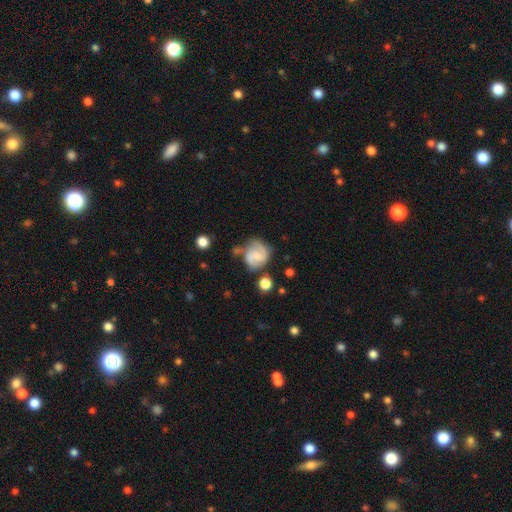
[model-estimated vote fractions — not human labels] A featured or disk galaxy (54%) with no bar (44%), spiral arms (84%) and no central bulge (39%). Merging: none (46%).